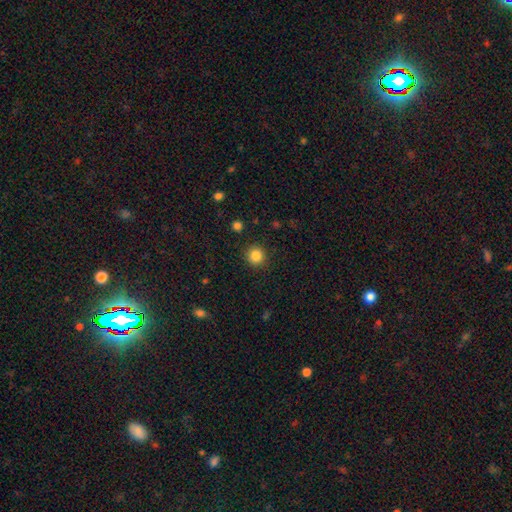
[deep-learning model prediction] A smooth galaxy with no disk features (85%) that is round (93%). Merging: none (91%).